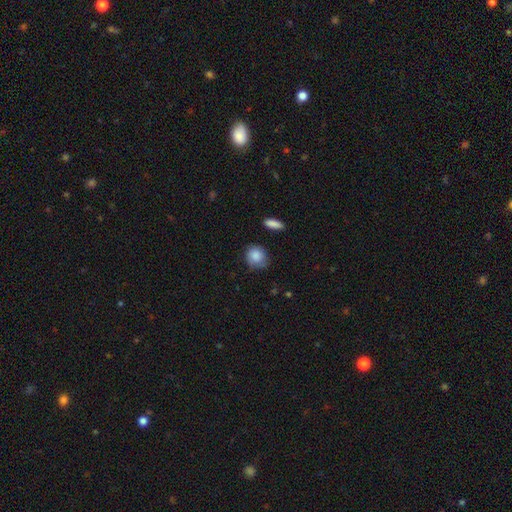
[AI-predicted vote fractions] This is clearly a smooth galaxy (85%). How rounded: likely round (78%). Merging: likely none (67%).